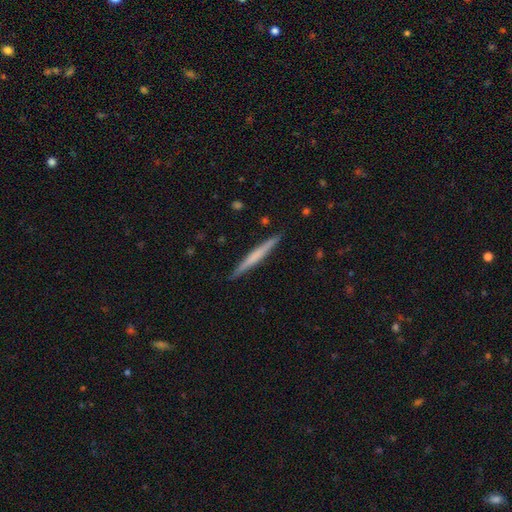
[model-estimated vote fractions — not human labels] Smooth or featured?
  - featured or disk: 47% * (tied)
  - smooth: 47% * (tied)
  - star or artifact: 5%
Merging?
  - none: 91% *
  - minor disturbance: 7%
  - major disturbance: 1%
  - merger: 1%